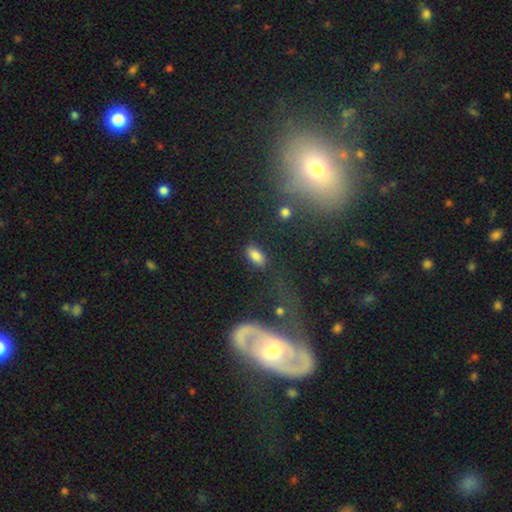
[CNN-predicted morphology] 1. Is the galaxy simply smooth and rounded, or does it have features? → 85% smooth, 10% star or artifact, 6% featured or disk.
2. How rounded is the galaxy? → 91% in between, 4% cigar-shaped, 4% round.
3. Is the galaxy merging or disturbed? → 83% none, 11% minor disturbance, 4% major disturbance, 3% merger.